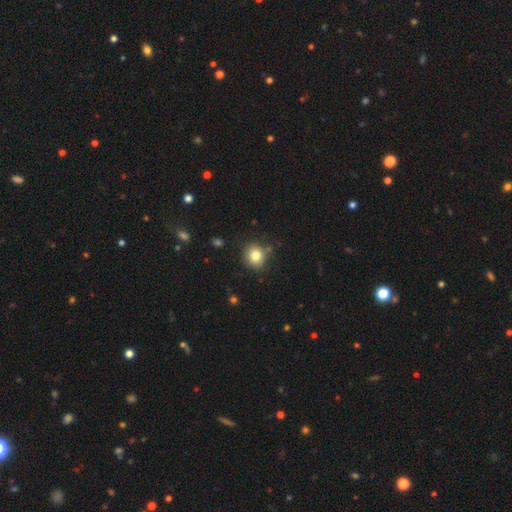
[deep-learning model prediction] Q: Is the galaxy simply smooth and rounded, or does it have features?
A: smooth — 80%.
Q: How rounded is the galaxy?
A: round — 85%.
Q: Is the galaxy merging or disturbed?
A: none — 83%.